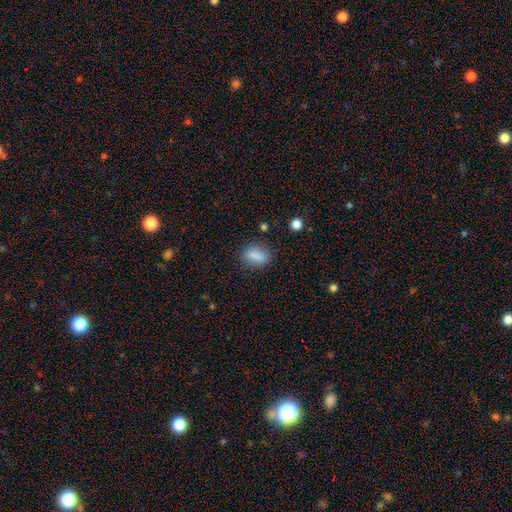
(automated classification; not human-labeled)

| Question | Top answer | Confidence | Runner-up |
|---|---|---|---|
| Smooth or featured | smooth | 82% | star or artifact (9%) |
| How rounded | in between | 74% | round (16%) |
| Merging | none | 79% | minor disturbance (14%) |